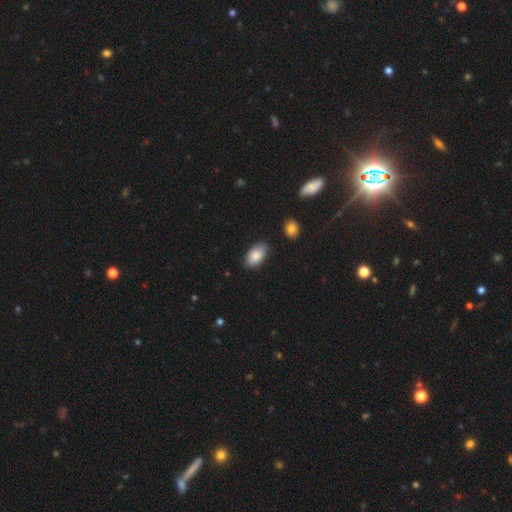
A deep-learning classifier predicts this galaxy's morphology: Smooth or featured?
  - smooth: 86% *
  - featured or disk: 7%
  - star or artifact: 7%
How rounded?
  - in between: 94% *
  - round: 5%
  - cigar-shaped: 2%
Merging?
  - none: 79% *
  - minor disturbance: 16%
  - major disturbance: 3%
  - merger: 2%